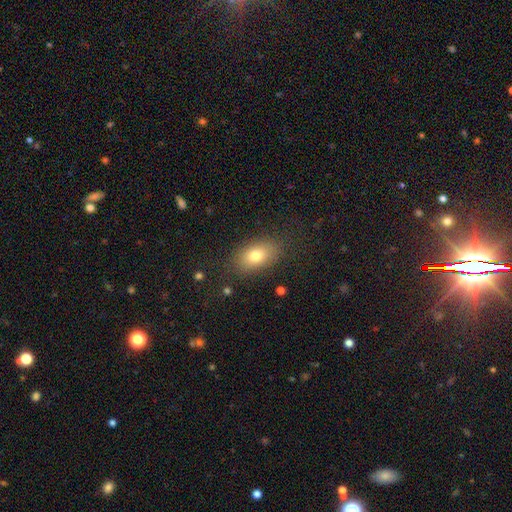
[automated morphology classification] Smooth or featured? Predicted: smooth (p=0.77). How rounded? Predicted: in between (p=0.86). Merging? Predicted: none (p=0.82).